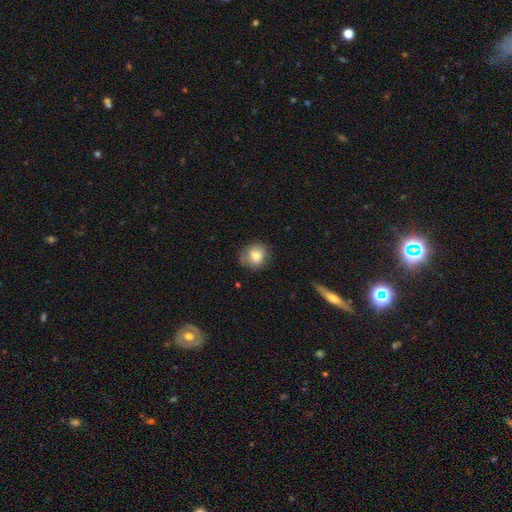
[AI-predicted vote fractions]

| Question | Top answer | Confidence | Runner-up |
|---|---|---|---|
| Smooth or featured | smooth | 76% | featured or disk (15%) |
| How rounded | round | 80% | in between (19%) |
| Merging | none | 75% | minor disturbance (19%) |